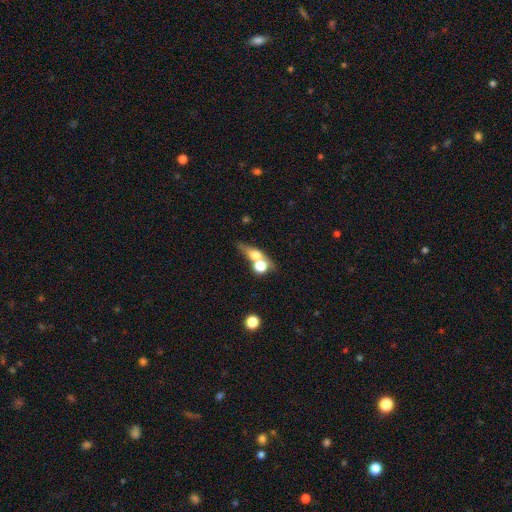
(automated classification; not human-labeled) This appears to be a smooth galaxy with no disk features (57%) that is round (42%). Merging: merger (45%).